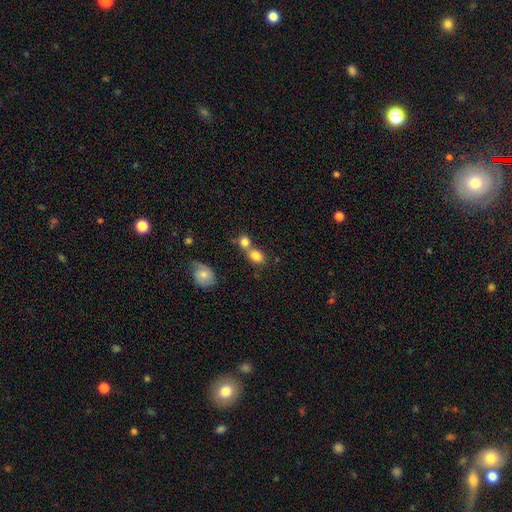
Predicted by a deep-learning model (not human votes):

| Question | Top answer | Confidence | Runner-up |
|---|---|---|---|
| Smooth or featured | smooth | 82% | featured or disk (10%) |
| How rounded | in between | 64% | round (34%) |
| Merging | merger | 55% | none (33%) |